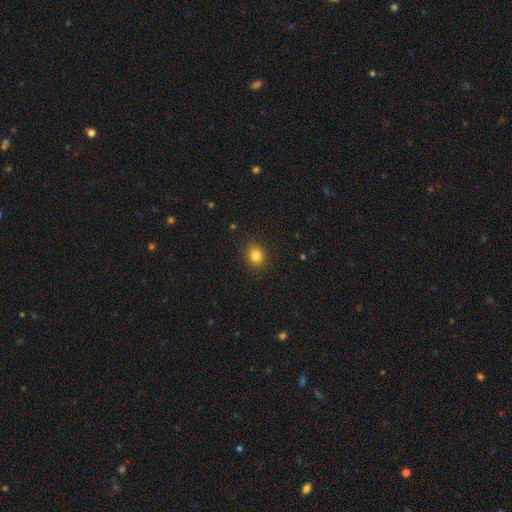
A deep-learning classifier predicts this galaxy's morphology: This appears to be a smooth galaxy with no disk features (83%) that is round (76%). Merging: none (90%).